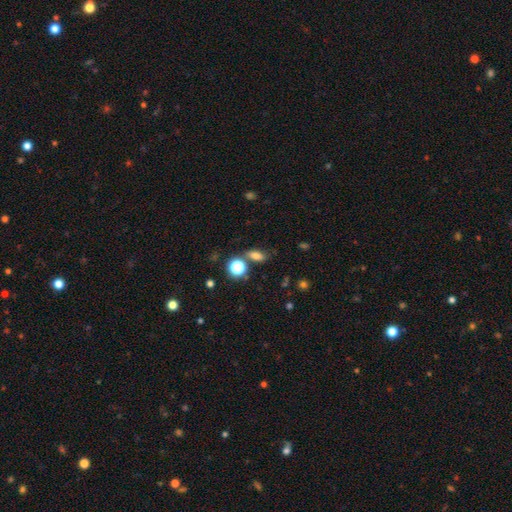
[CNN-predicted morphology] Smooth or featured?
  - smooth: 71% *
  - star or artifact: 18%
  - featured or disk: 11%
How rounded?
  - in between: 74% *
  - round: 18%
  - cigar-shaped: 8%
Merging?
  - none: 67% *
  - minor disturbance: 15%
  - merger: 12%
  - major disturbance: 6%